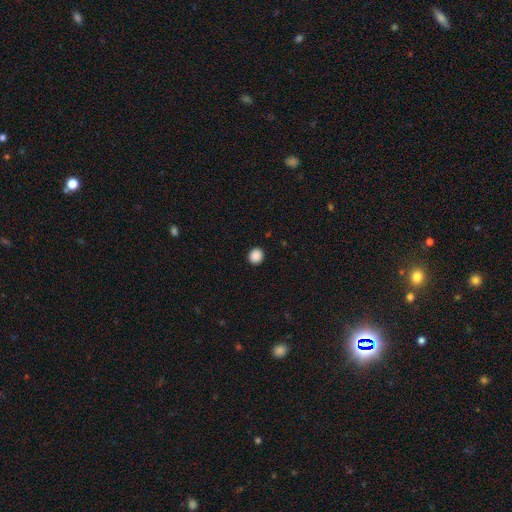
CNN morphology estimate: Smooth or featured: smooth — 89% (star or artifact — 9%)
How rounded: round — 81% (in between — 19%)
Merging: none — 92% (minor disturbance — 5%)